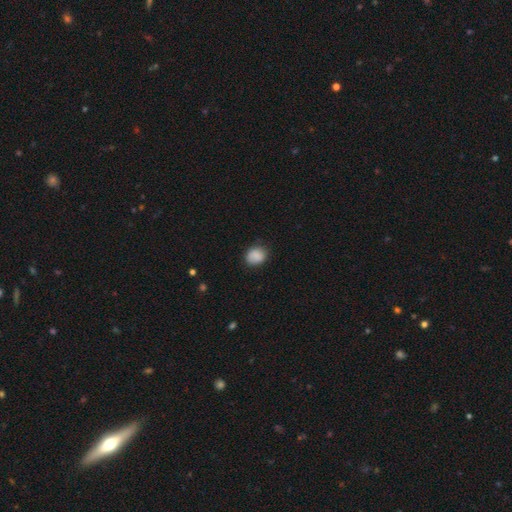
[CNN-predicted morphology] Smooth or featured? Predicted: smooth (p=0.87). How rounded? Predicted: round (p=0.60). Merging? Predicted: none (p=0.78).